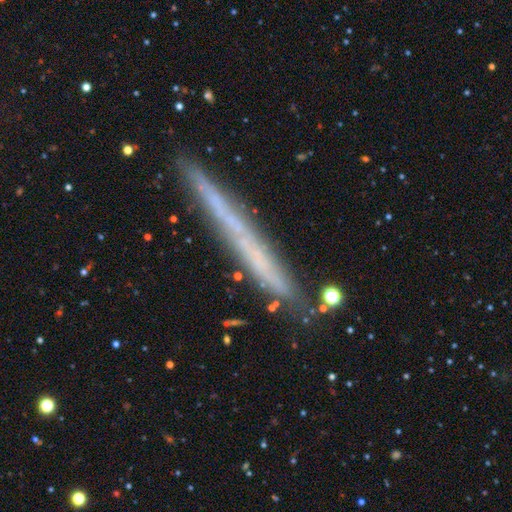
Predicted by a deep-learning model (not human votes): A featured or disk galaxy (55%) viewed edge-on (94%) with no central bulge (93%). Merging: none (84%).